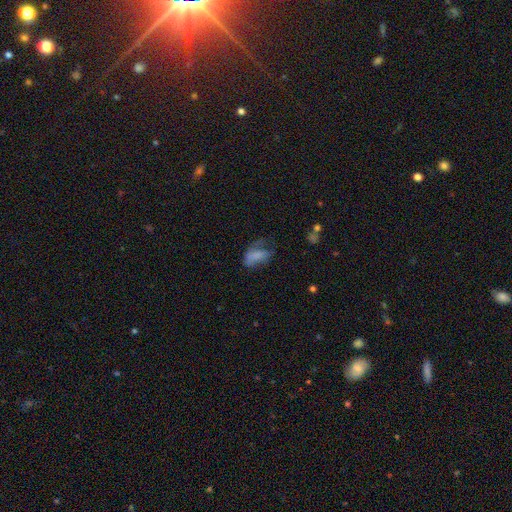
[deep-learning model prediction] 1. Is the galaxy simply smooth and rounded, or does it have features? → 66% smooth, 23% featured or disk, 11% star or artifact.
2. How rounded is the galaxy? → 88% in between, 6% cigar-shaped, 6% round.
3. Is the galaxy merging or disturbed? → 42% major disturbance, 27% none, 27% minor disturbance, 3% merger.